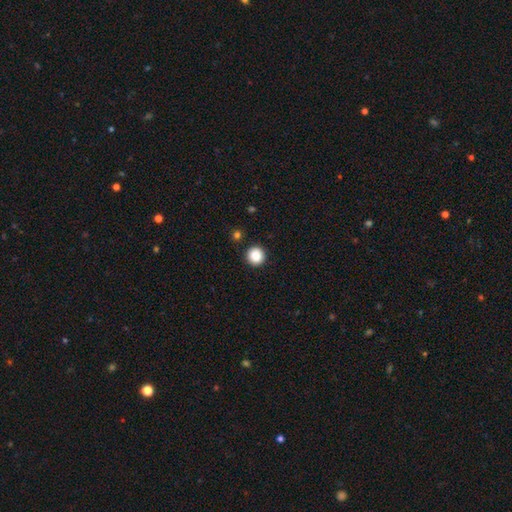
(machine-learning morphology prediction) smooth 87%, star or artifact 10%, featured or disk 4%. Down the decision tree: how rounded — round (95%); merging — none (92%).